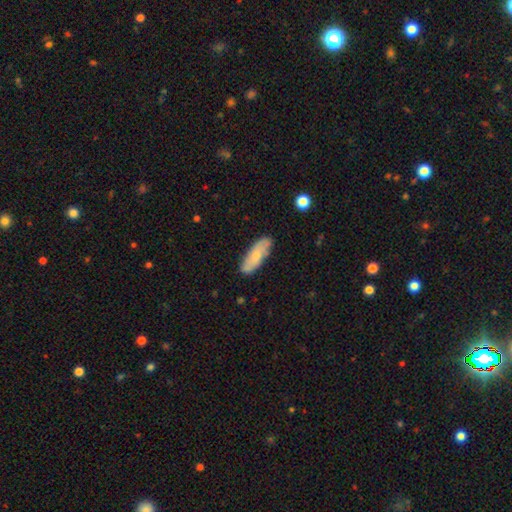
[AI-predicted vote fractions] A smooth galaxy with no disk features (65%) that is in between round and cigar-shaped (61%).

Vote fractions:
- Smooth or featured? smooth: 65% / featured or disk: 29% / star or artifact: 6%
- How rounded? in between: 61% / cigar-shaped: 37% / round: 2%
- Merging? none: 79% / minor disturbance: 16% / major disturbance: 3% / merger: 2%